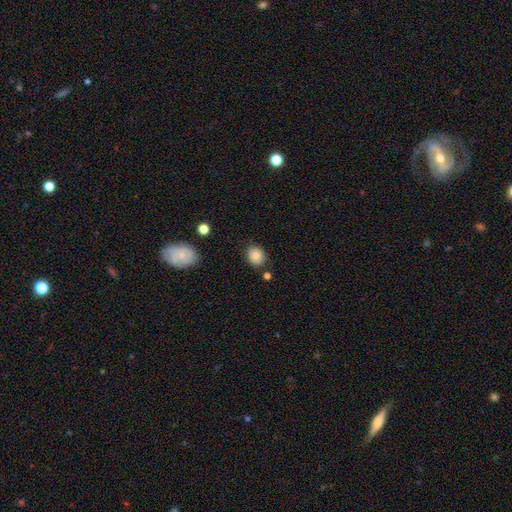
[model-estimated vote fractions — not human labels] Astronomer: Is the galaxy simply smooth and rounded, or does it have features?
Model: smooth — 83%.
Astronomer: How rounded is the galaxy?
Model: round — 71%.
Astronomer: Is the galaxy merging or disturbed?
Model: none — 80%.